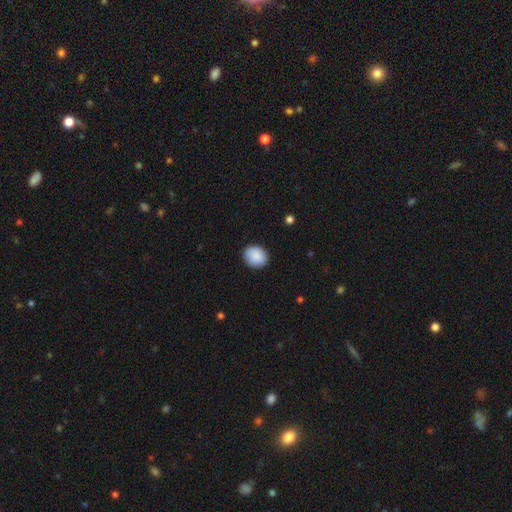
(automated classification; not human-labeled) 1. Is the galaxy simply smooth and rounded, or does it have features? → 89% smooth, 7% star or artifact, 4% featured or disk.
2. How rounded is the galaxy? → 71% round, 29% in between, 1% cigar-shaped.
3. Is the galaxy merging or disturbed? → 88% none, 9% minor disturbance, 2% major disturbance, 1% merger.